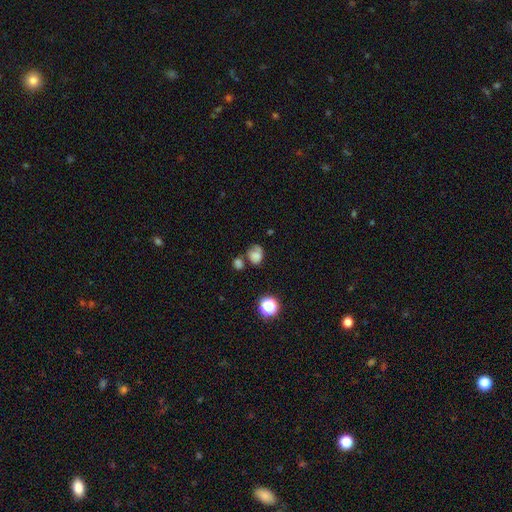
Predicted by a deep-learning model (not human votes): Overall: smooth (68%). How rounded: round (50%; in between 49%). Merging: none (38%; minor disturbance 25%).